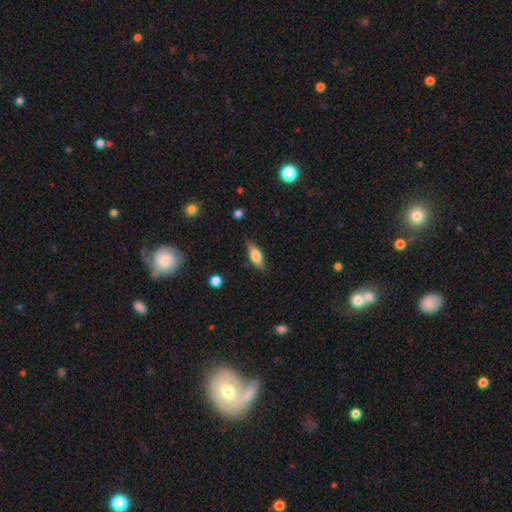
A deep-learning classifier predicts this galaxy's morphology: type=smooth (60%); roundness=in between (70%); merging=none (81%).